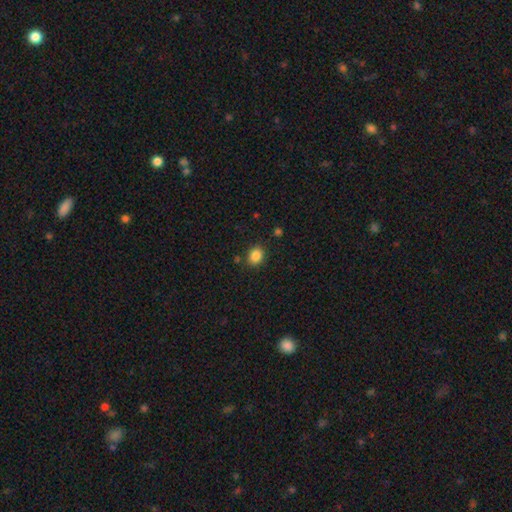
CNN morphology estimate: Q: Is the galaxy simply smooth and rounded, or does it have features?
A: smooth — 86%.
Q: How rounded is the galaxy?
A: round — 54%.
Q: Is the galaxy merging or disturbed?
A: none — 85%.